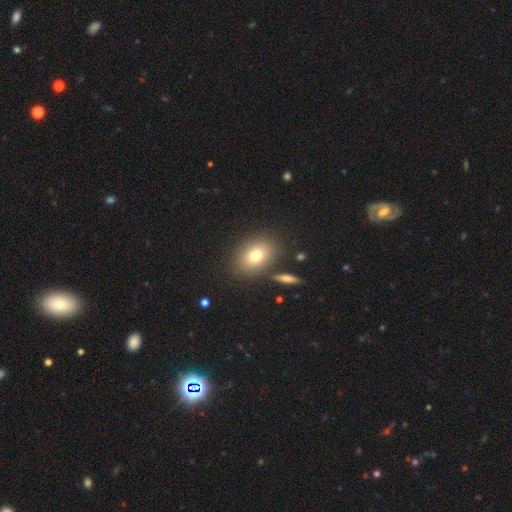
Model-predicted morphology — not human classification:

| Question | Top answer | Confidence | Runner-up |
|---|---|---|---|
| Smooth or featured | smooth | 75% | featured or disk (14%) |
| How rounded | in between | 70% | round (28%) |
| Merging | none | 82% | minor disturbance (9%) |